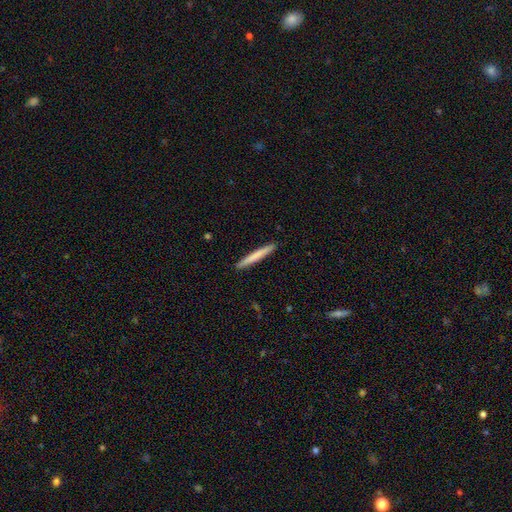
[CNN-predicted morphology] Smooth or featured? smooth (72%)
How rounded? cigar-shaped (97%)
Merging? none (92%)